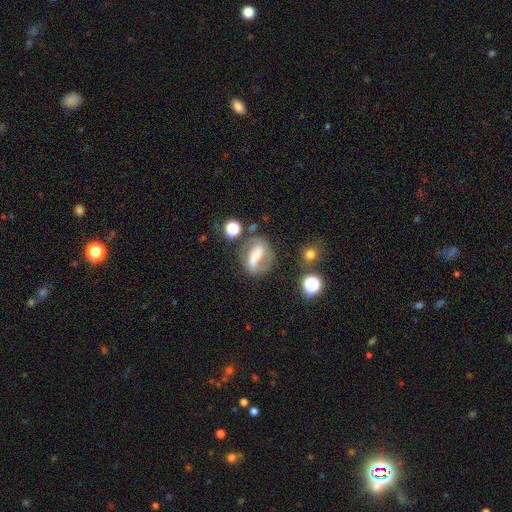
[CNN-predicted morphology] The model was most divided on "bulge size": moderate: 46%, small: 40%, large: 8%, none: 4%, dominant: 2%. More confident: edge-on disk — no (93%); spiral arms — yes (76%); smooth or featured — featured or disk (68%); merging — none (63%); bar — strong (50%).